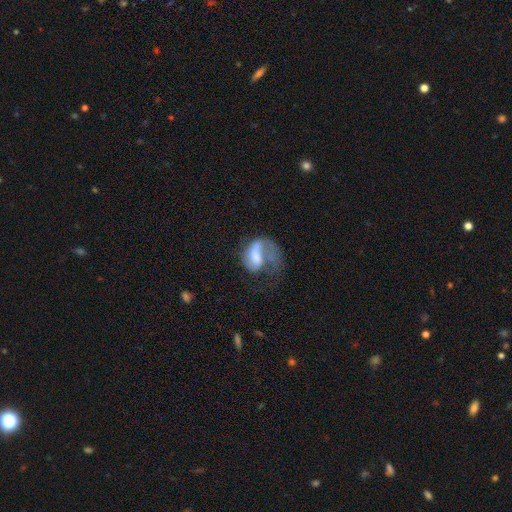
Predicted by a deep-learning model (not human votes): Smooth or featured? Predicted: featured or disk (p=0.62). Edge-on disk? Predicted: no (p=0.97). Bar? Predicted: weak (p=0.43). Spiral arms? Predicted: yes (p=0.77). Bulge size? Predicted: moderate (p=0.44). Merging? Predicted: major disturbance (p=0.51).